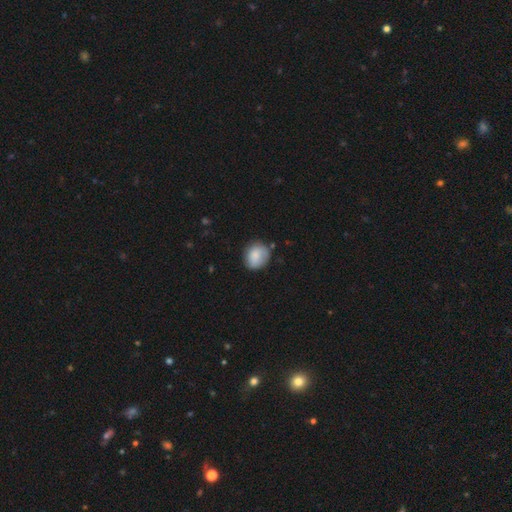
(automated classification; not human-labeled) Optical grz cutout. It shows a smooth galaxy with no disk features (79%) that is round (72%). Merging: none (69%).